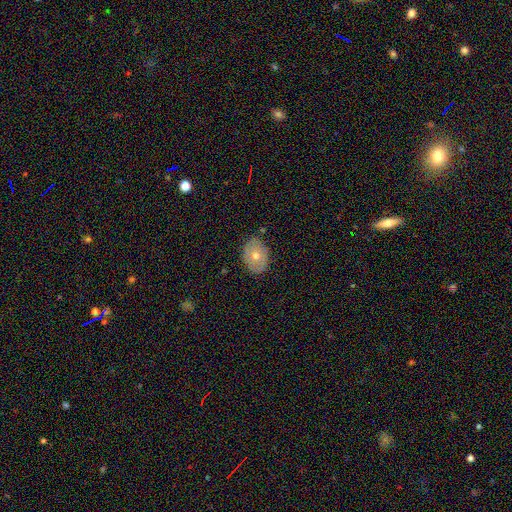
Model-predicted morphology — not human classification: A smooth galaxy with no disk features (51%) that is in between round and cigar-shaped (65%).

Vote fractions:
- Smooth or featured? smooth: 51% / featured or disk: 40% / star or artifact: 9%
- How rounded? in between: 65% / round: 34% / cigar-shaped: 1%
- Merging? none: 83% / minor disturbance: 13% / major disturbance: 3% / merger: 2%